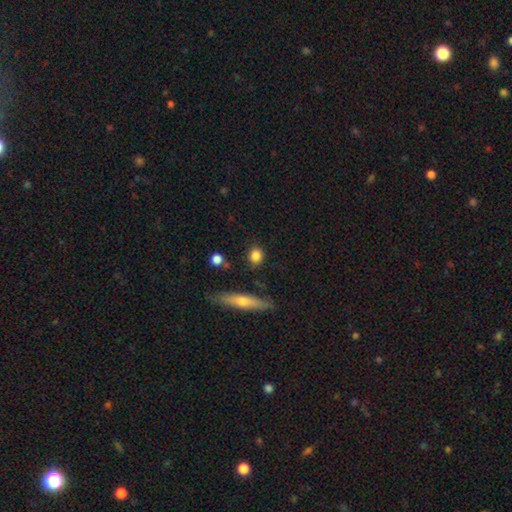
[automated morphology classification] smooth 84%, star or artifact 8%, featured or disk 8%. Down the decision tree: how rounded — round (65%); merging — none (85%).